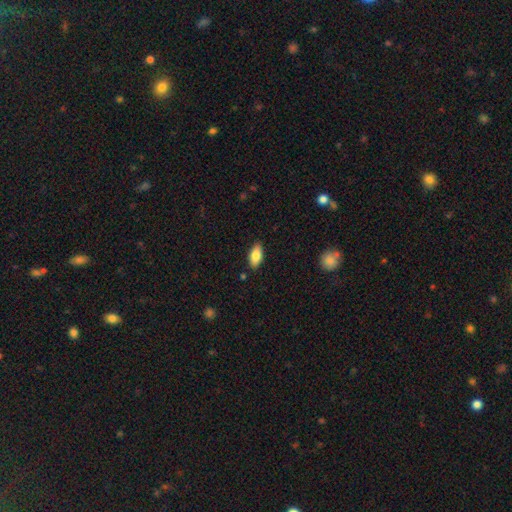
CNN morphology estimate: smooth_or_featured: smooth (p=0.82) [alt: featured or disk p=0.12]
how_rounded: in between (p=0.89) [alt: cigar-shaped p=0.08]
merging: none (p=0.86) [alt: minor disturbance p=0.11]